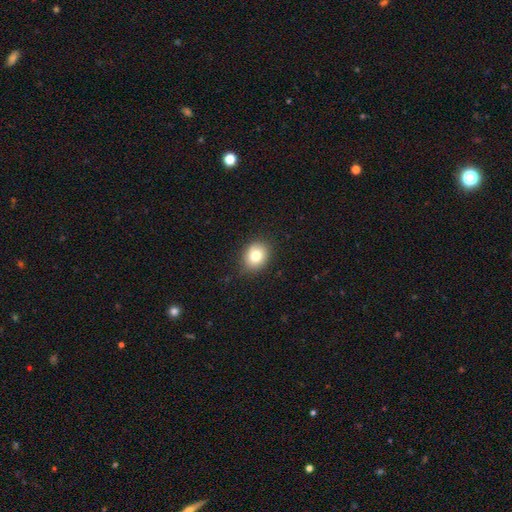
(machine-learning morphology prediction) Smooth or featured? Predicted: smooth (p=0.79). How rounded? Predicted: round (p=0.61). Merging? Predicted: none (p=0.86).